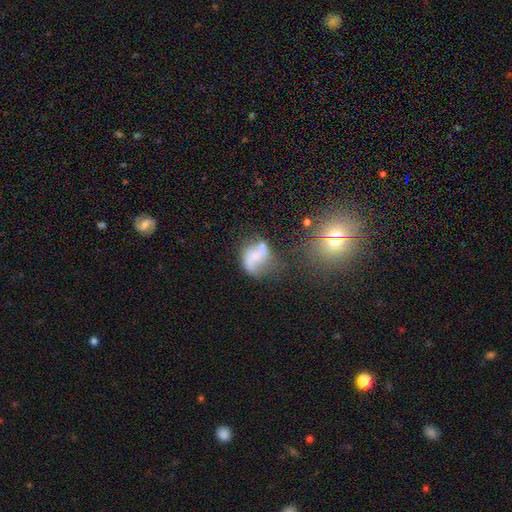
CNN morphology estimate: This is likely a featured or disk galaxy (70%). It is clearly not viewed edge-on (97%). Bar: possibly no (47%). Spiral arm pattern: clearly yes (85%). Spiral arm count: clearly 2 (87%). Spiral winding: likely loose (75%). Central bulge: possibly small (52%). Merging: possibly none (47%).